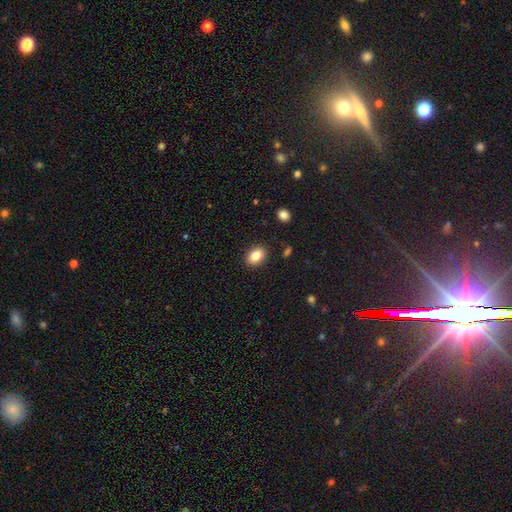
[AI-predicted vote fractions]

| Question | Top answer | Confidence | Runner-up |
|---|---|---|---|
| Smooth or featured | smooth | 84% | star or artifact (9%) |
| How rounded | in between | 78% | round (20%) |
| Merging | none | 88% | minor disturbance (8%) |